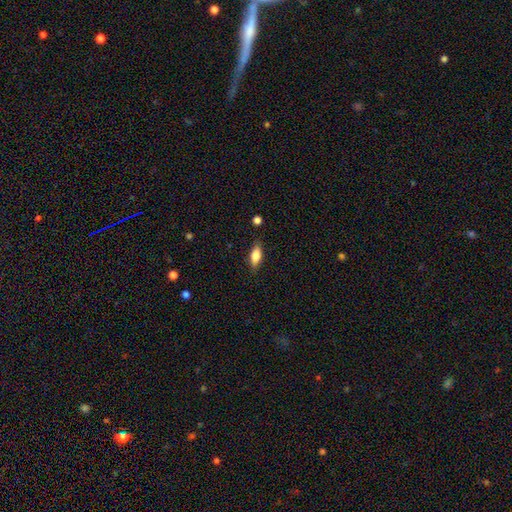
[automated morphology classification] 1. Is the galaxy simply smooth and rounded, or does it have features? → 77% smooth, 16% featured or disk, 7% star or artifact.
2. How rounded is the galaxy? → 77% in between, 19% cigar-shaped, 3% round.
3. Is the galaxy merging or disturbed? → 84% none, 12% minor disturbance, 3% major disturbance, 2% merger.